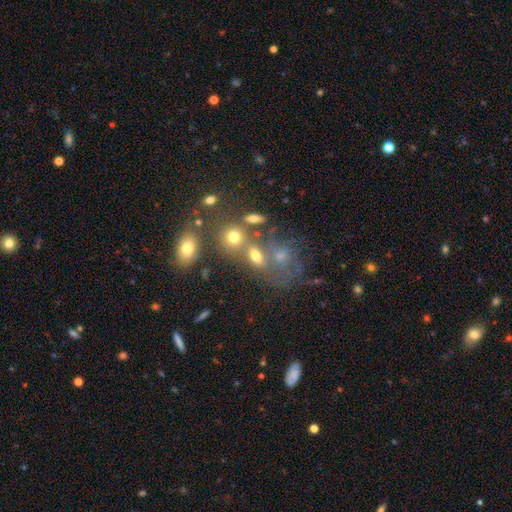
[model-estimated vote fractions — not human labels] Overall: smooth (61%). How rounded: in between (59%; round 37%). Merging: merger (40%; none 38%).